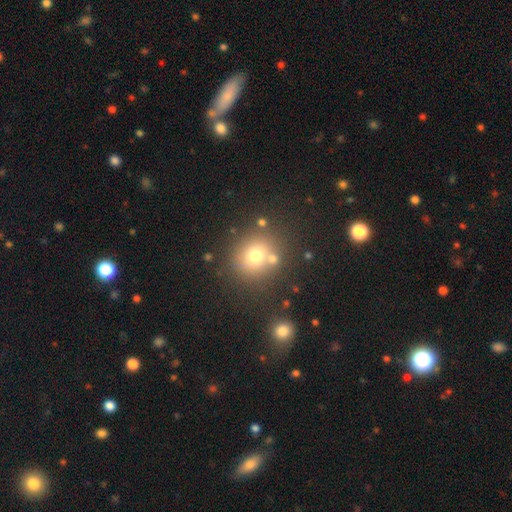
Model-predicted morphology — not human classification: Smooth or featured? smooth (70%)
How rounded? round (83%)
Merging? none (71%)